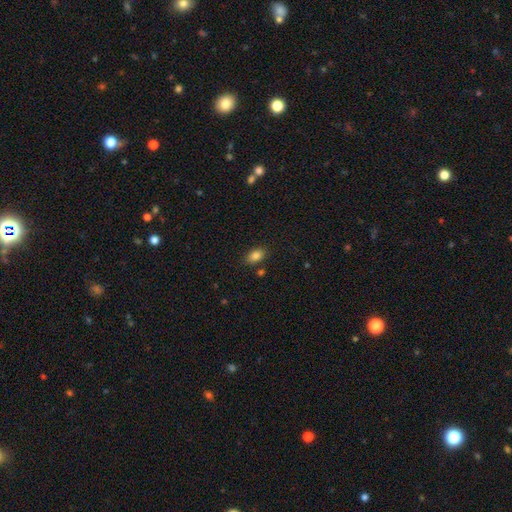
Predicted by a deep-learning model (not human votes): This appears to be a smooth galaxy with no disk features (85%) that is in between round and cigar-shaped (88%). Merging: none (81%).